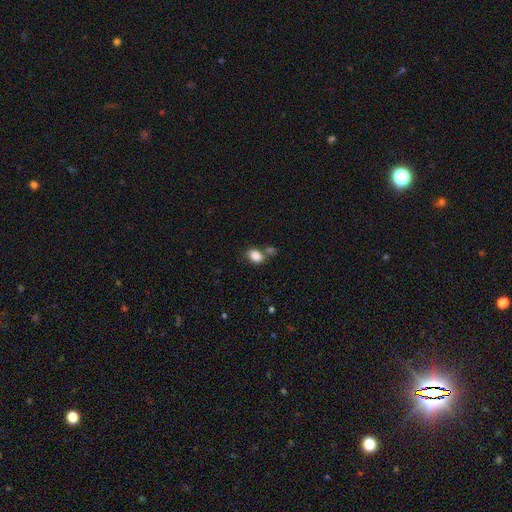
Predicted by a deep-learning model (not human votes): Smooth or featured?
  - smooth: 84% *
  - star or artifact: 9%
  - featured or disk: 7%
How rounded?
  - in between: 76% *
  - round: 23%
  - cigar-shaped: 1%
Merging?
  - none: 53% *
  - merger: 26%
  - minor disturbance: 15%
  - major disturbance: 6%